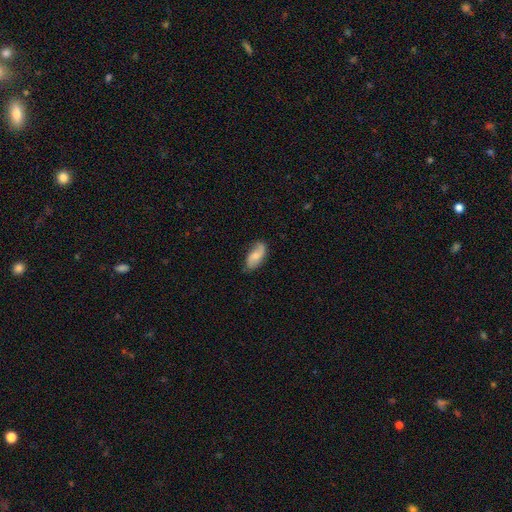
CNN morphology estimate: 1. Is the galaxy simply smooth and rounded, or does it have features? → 48% smooth, 46% featured or disk, 6% star or artifact.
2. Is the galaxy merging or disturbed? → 70% none, 23% minor disturbance, 6% major disturbance, 1% merger.